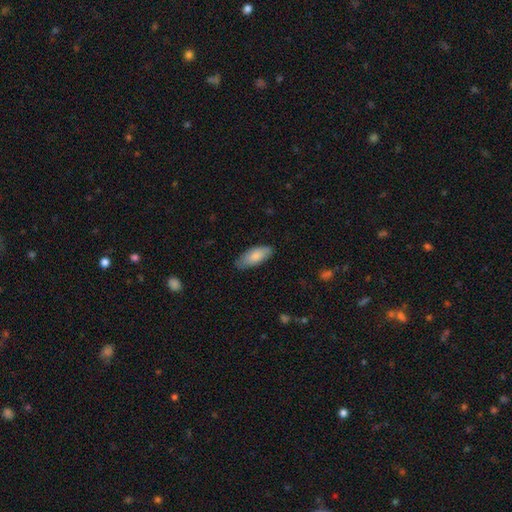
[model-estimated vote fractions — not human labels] Morphology: type=smooth (83%); roundness=in between (83%); merging=none (79%).